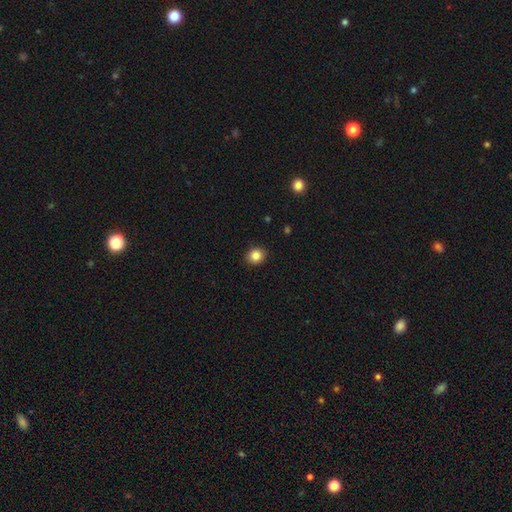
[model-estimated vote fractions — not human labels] This appears to be a smooth galaxy with no disk features (85%) that is round (76%). Merging: none (90%).